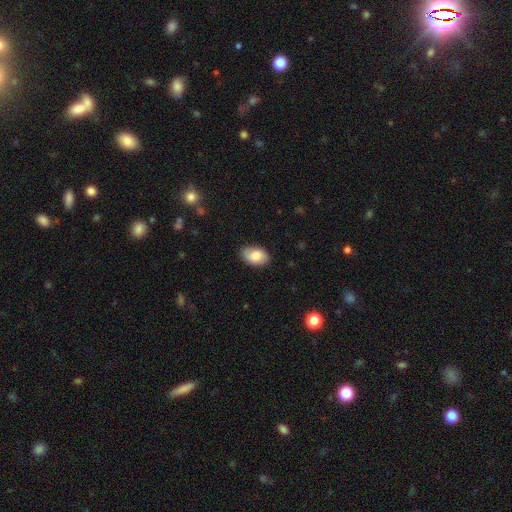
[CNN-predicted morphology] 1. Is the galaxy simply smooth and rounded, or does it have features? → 75% smooth, 18% featured or disk, 7% star or artifact.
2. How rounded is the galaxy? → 90% in between, 9% round, 1% cigar-shaped.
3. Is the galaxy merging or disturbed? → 82% none, 14% minor disturbance, 3% major disturbance, 1% merger.